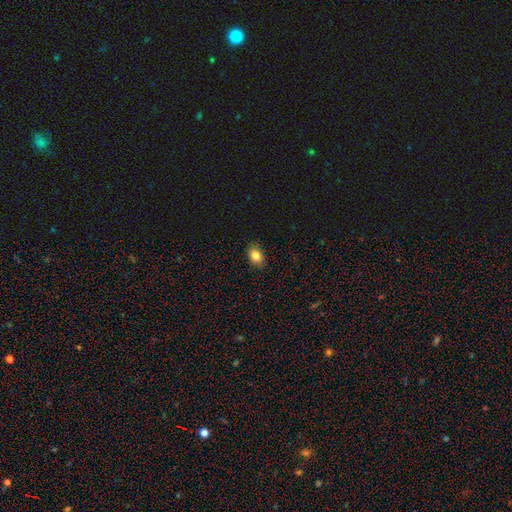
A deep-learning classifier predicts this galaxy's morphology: Overall: smooth (85%). How rounded: in between (81%). Merging: none (87%).